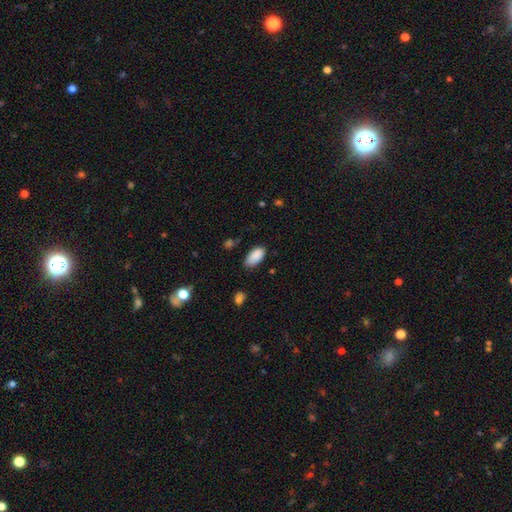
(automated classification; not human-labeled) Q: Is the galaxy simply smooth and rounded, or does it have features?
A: smooth — 89%.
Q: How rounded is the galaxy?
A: in between — 94%.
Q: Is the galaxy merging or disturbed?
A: none — 71%.